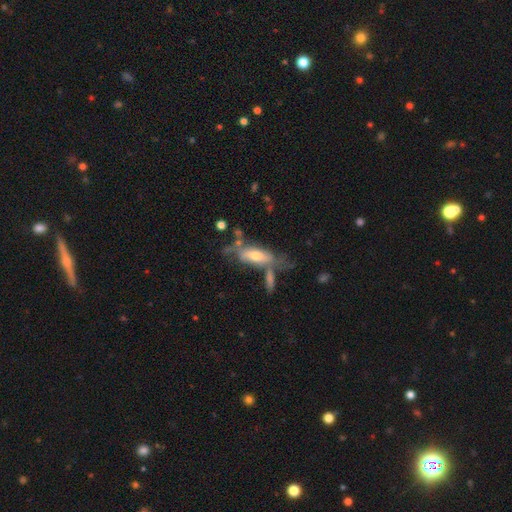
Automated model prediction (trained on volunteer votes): A featured or disk galaxy (51%). Merging: none (42%).